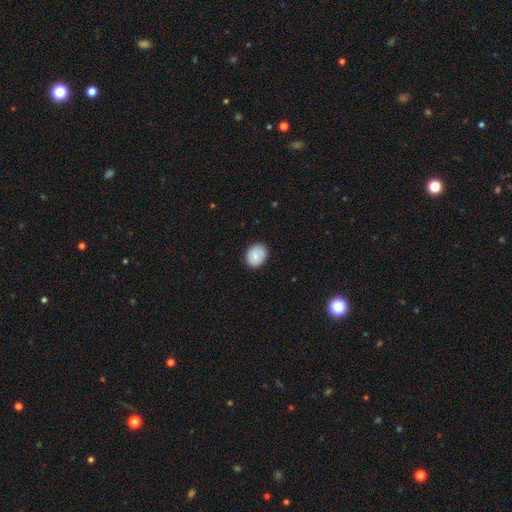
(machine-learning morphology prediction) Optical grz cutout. It shows a smooth galaxy with no disk features (77%) that is round (59%). Merging: none (84%).